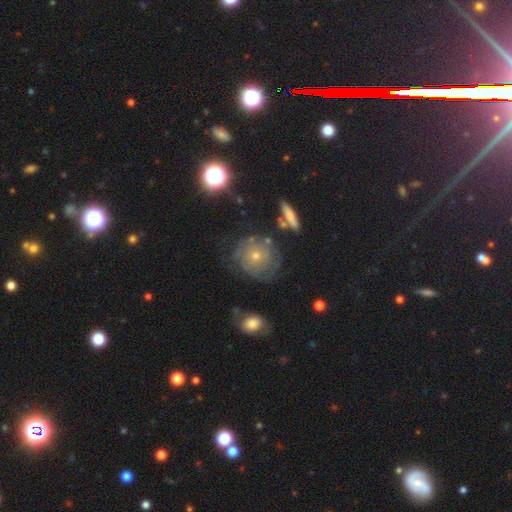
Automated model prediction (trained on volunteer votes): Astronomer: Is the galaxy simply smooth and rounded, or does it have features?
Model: featured or disk — 63%.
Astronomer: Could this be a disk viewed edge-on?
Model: no — 95%.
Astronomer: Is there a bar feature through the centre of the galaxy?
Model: no — 84%.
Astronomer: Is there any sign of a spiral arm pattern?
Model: yes — 79%.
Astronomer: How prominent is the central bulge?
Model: small — 60%.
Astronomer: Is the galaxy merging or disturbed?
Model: none — 67%.